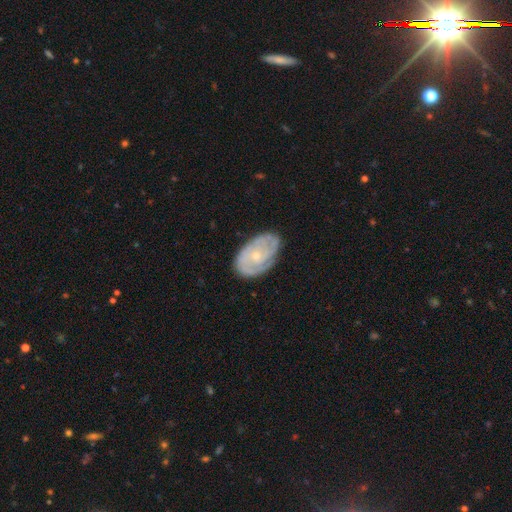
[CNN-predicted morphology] Q: Smooth or featured?
A: featured or disk (70%); runner-up: smooth (24%)
Q: Edge-on disk?
A: no (95%); runner-up: yes (5%)
Q: Bar?
A: no (82%); runner-up: weak (15%)
Q: Spiral arms?
A: yes (82%); runner-up: no (18%)
Q: Spiral winding?
A: tight (67%); runner-up: medium (25%)
Q: Spiral arm count?
A: can't tell (48%); runner-up: 2 (22%)
Q: Bulge size?
A: small (73%); runner-up: moderate (23%)
Q: Merging?
A: none (74%); runner-up: minor disturbance (19%)